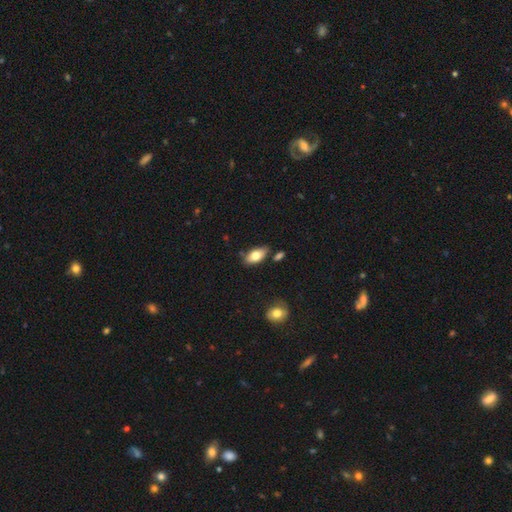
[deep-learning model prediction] The model was most divided on "smooth or featured": smooth: 74%, featured or disk: 19%, star or artifact: 7%. More confident: how rounded — in between (91%); merging — none (74%).